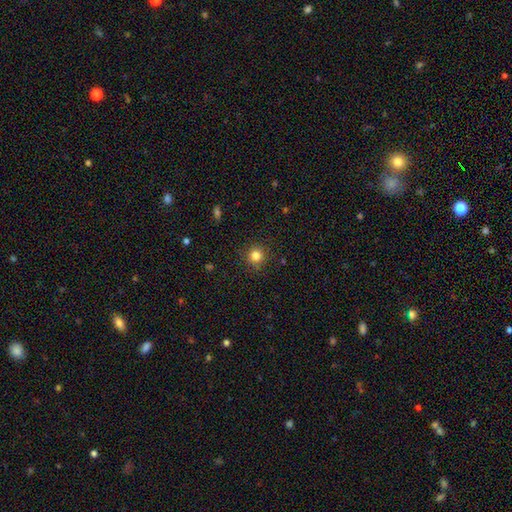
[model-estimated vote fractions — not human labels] A smooth galaxy with no disk features (83%) that is round (94%). Merging: none (90%).